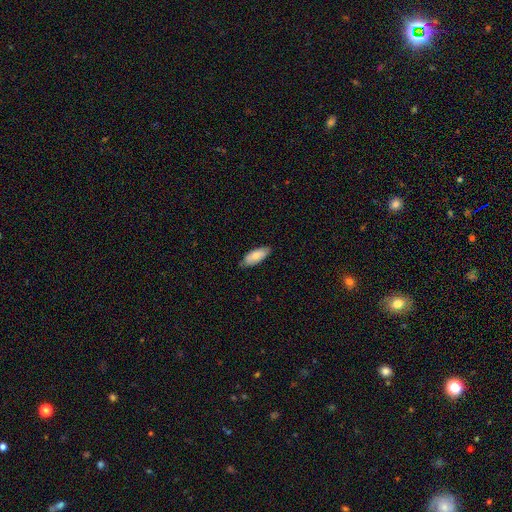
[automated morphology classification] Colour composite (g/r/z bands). It shows a smooth galaxy with no disk features (77%) that is in between round and cigar-shaped (80%). Merging: none (81%).